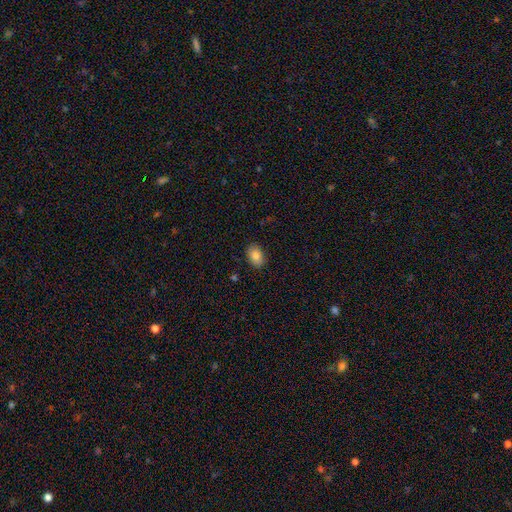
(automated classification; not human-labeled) smooth_or_featured: smooth (p=0.84) [alt: star or artifact p=0.08]
how_rounded: in between (p=0.85) [alt: round p=0.14]
merging: none (p=0.88) [alt: minor disturbance p=0.09]